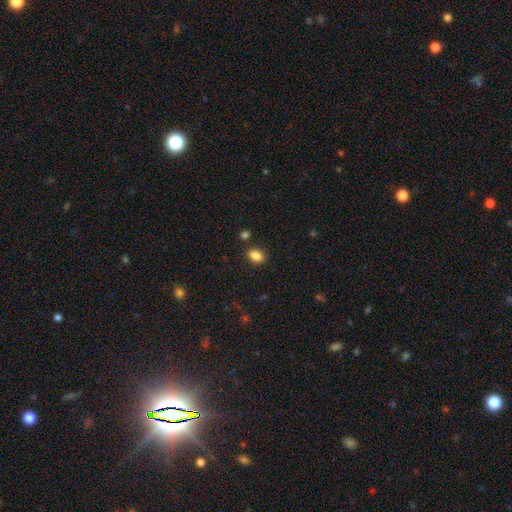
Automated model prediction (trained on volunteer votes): Morphology: type=smooth (86%); roundness=in between (77%); merging=none (82%).